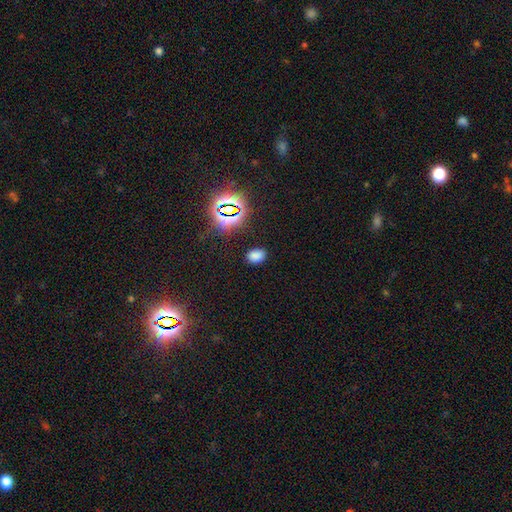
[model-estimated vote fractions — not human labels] Smooth or featured? smooth (73%)
How rounded? in between (77%)
Merging? none (84%)